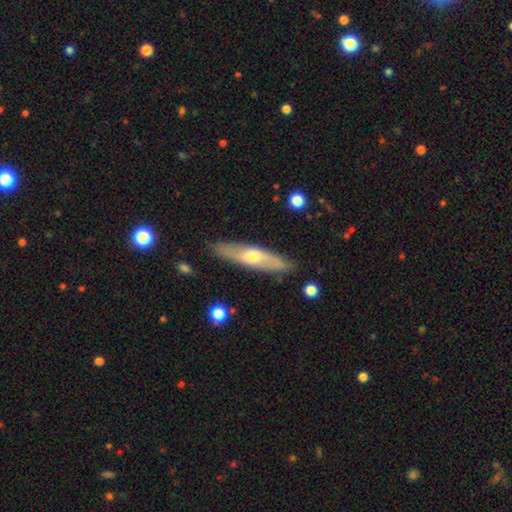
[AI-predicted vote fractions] Smooth or featured?
  - smooth: 49% *
  - featured or disk: 46%
  - star or artifact: 5%
Merging?
  - none: 86% *
  - minor disturbance: 11%
  - major disturbance: 2%
  - merger: 2%